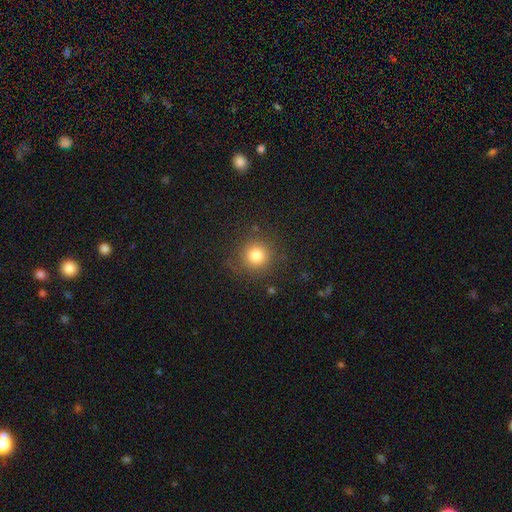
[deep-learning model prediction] Q: Smooth or featured?
A: smooth (80%); runner-up: star or artifact (13%)
Q: How rounded?
A: round (92%); runner-up: in between (7%)
Q: Merging?
A: none (85%); runner-up: minor disturbance (10%)